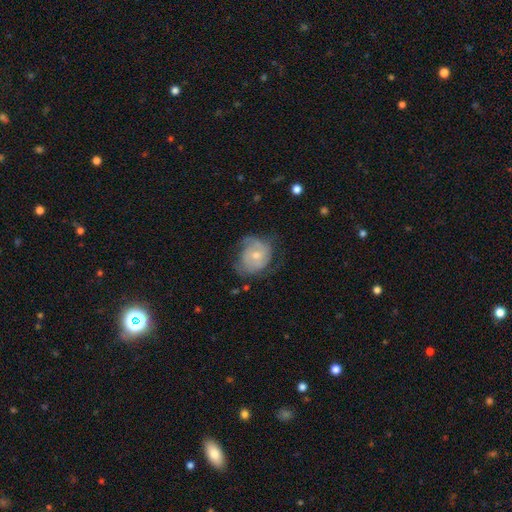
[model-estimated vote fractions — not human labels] Morphology: type=featured or disk (59%); edge-on=no (97%); bar=no (75%); spiral arms=yes (72%); bulge=small (50%); merging=none (49%).